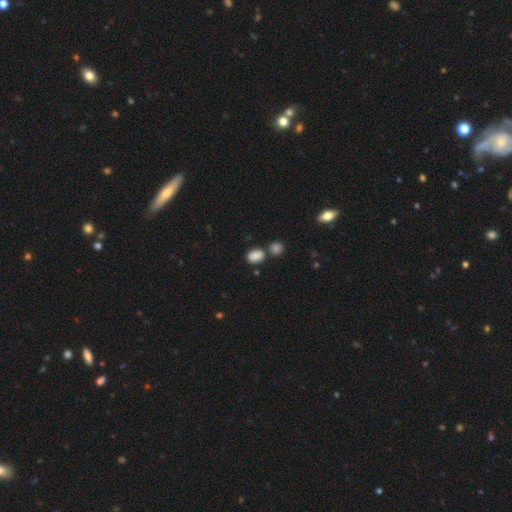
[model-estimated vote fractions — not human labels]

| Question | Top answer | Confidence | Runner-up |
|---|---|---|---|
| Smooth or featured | smooth | 86% | star or artifact (9%) |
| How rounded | in between | 79% | round (19%) |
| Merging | none | 58% | merger (26%) |